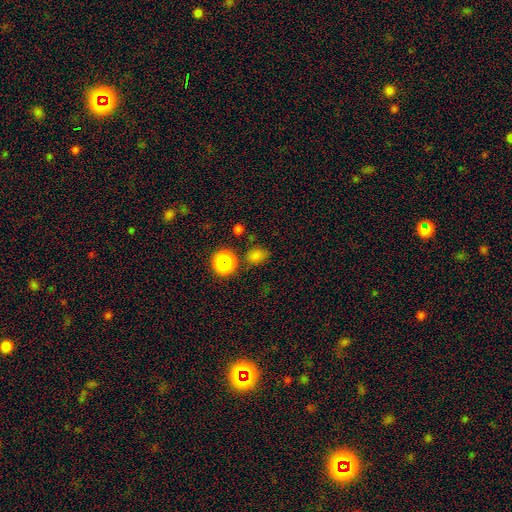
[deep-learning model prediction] Smooth or featured? Predicted: smooth (p=0.71). How rounded? Predicted: round (p=0.57). Merging? Predicted: none (p=0.74).